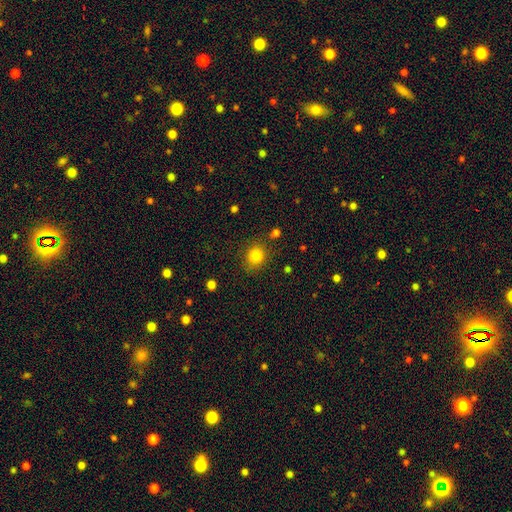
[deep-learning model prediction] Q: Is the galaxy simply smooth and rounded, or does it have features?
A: smooth — 83%.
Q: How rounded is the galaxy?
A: round — 75%.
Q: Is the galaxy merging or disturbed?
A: none — 83%.